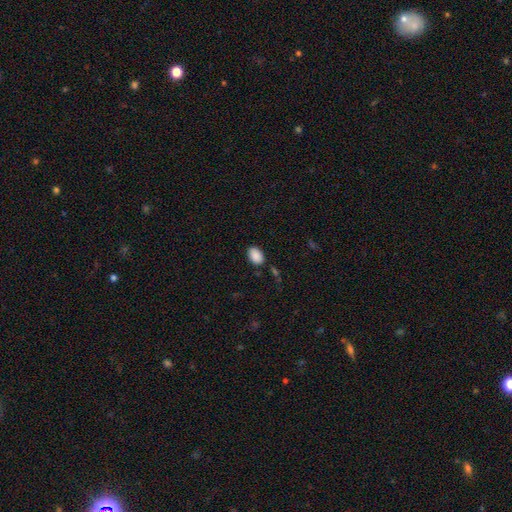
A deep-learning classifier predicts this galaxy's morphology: Smooth or featured: smooth — 89% (star or artifact — 7%)
How rounded: in between — 85% (round — 14%)
Merging: none — 83% (minor disturbance — 12%)